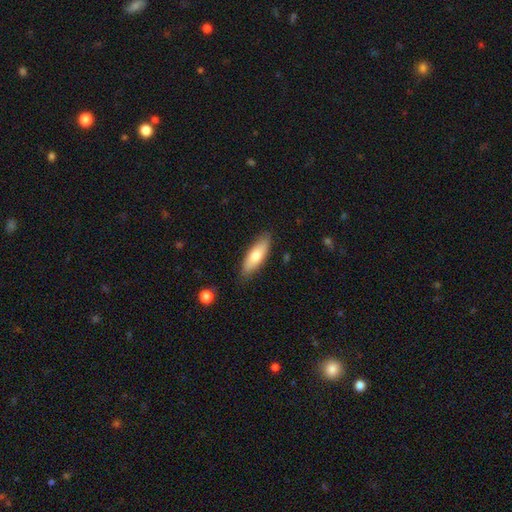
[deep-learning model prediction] This is likely a smooth galaxy (73%). How rounded: possibly in between (58%). Merging: clearly none (83%).